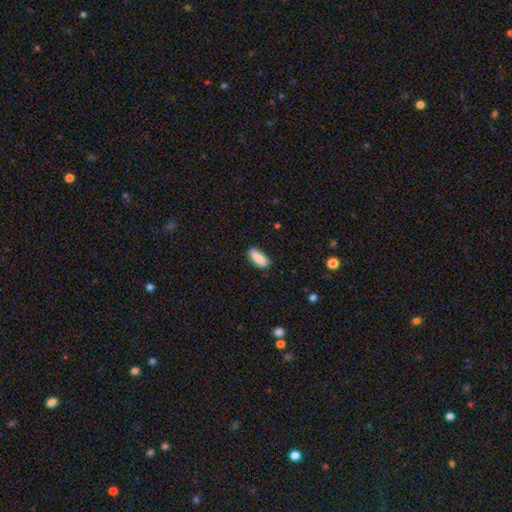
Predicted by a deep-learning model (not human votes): Smooth or featured? smooth (87%)
How rounded? in between (74%)
Merging? none (84%)